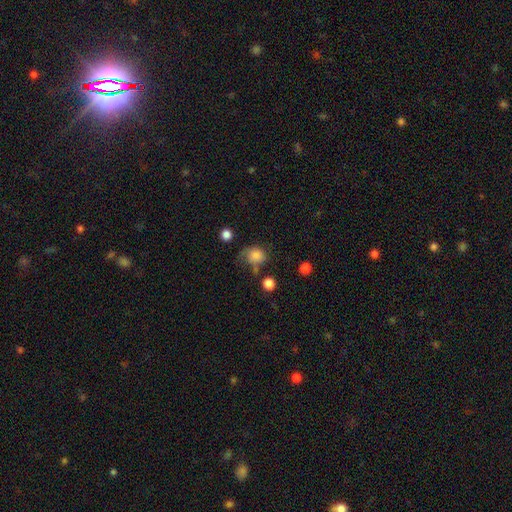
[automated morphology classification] A smooth galaxy with no disk features (77%) that is round (61%).

Vote fractions:
- Smooth or featured? smooth: 77% / featured or disk: 12% / star or artifact: 11%
- How rounded? round: 61% / in between: 38% / cigar-shaped: 1%
- Merging? none: 42% / minor disturbance: 30% / major disturbance: 20% / merger: 8%